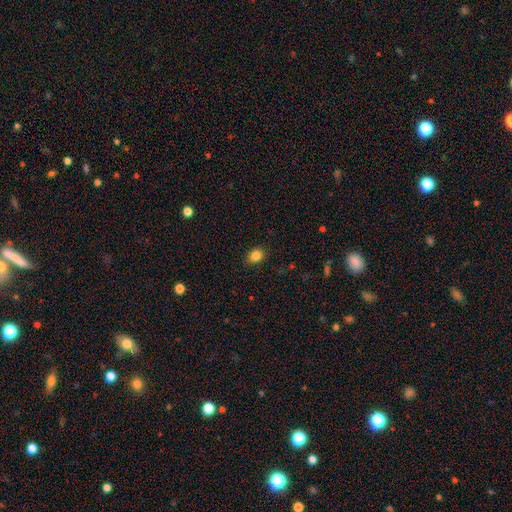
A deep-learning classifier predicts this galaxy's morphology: Smooth or featured? smooth (85%)
How rounded? in between (55%)
Merging? none (86%)